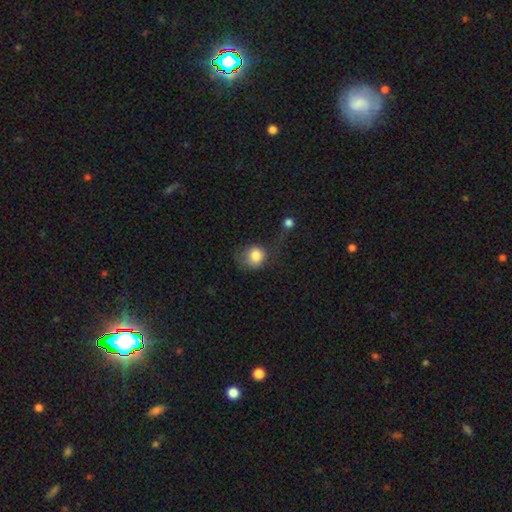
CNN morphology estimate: A smooth galaxy with no disk features (81%) that is round (79%).

Vote fractions:
- Smooth or featured? smooth: 81% / featured or disk: 10% / star or artifact: 9%
- How rounded? round: 79% / in between: 20% / cigar-shaped: 1%
- Merging? none: 37% / major disturbance: 29% / minor disturbance: 25% / merger: 10%